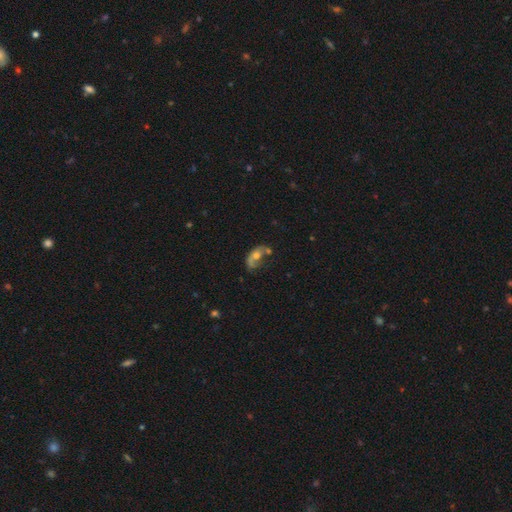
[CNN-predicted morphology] featured or disk 47%, smooth 43%, star or artifact 10%. Down the decision tree: merging — major disturbance (33%).